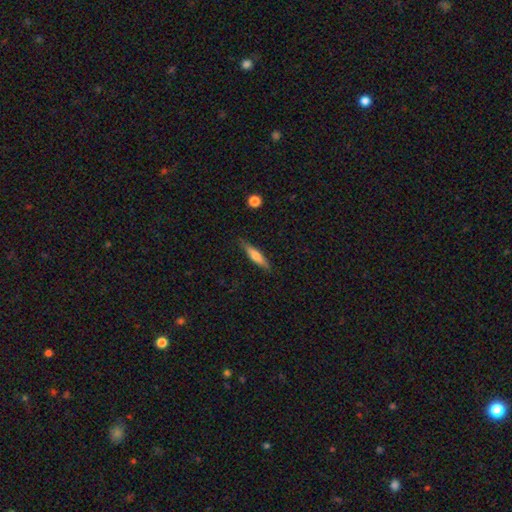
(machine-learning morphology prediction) smooth 62%, featured or disk 31%, star or artifact 6%. Down the decision tree: how rounded — cigar-shaped (83%); merging — none (84%).